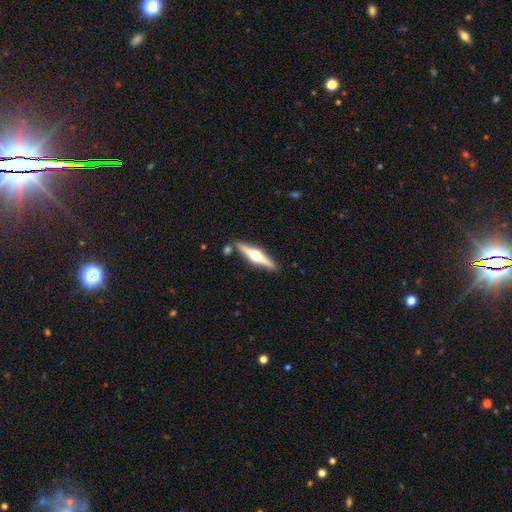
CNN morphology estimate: Q: Smooth or featured?
A: featured or disk (78%); runner-up: smooth (17%)
Q: Edge-on disk?
A: yes (98%); runner-up: no (2%)
Q: Edge-on bulge?
A: rounded (96%); runner-up: boxy (2%)
Q: Merging?
A: none (87%); runner-up: minor disturbance (8%)